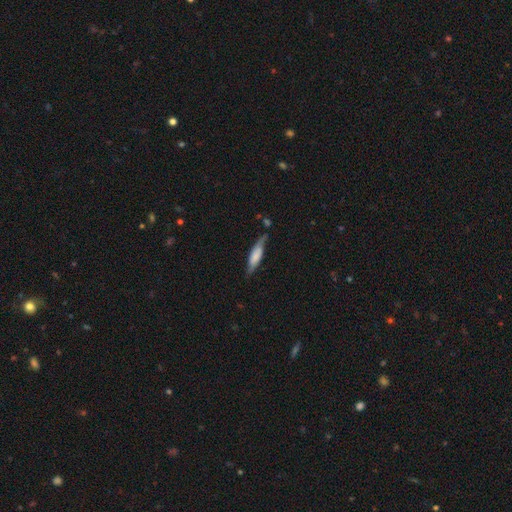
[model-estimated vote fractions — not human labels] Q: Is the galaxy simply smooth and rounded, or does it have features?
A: smooth — 54%.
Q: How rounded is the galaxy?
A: cigar-shaped — 61%.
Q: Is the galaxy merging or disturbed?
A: none — 55%.